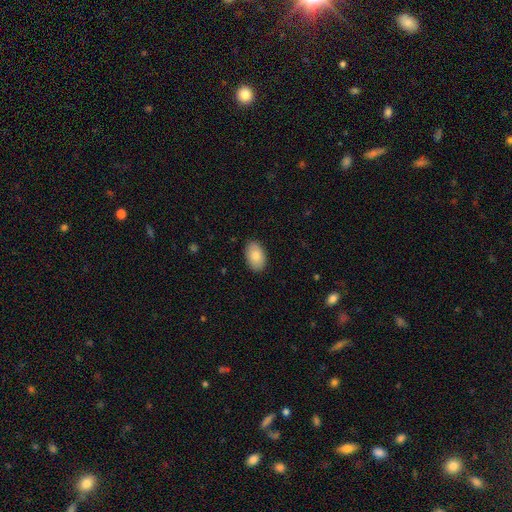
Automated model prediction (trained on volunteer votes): This is clearly a smooth galaxy (83%). How rounded: clearly in between (91%). Merging: clearly none (88%).